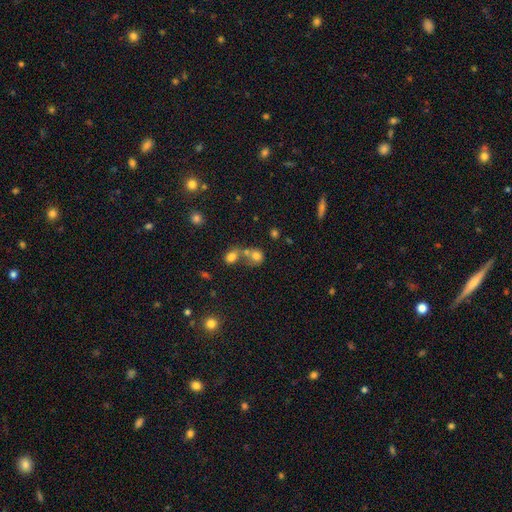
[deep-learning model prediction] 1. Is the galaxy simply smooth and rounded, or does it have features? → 75% smooth, 13% star or artifact, 12% featured or disk.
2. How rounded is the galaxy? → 69% round, 30% in between, 1% cigar-shaped.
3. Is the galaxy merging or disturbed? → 56% merger, 31% none, 8% minor disturbance, 6% major disturbance.